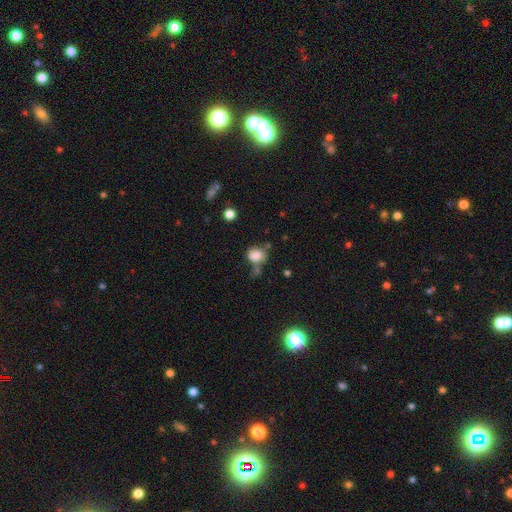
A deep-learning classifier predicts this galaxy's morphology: smooth_or_featured: smooth (p=0.81) [alt: star or artifact p=0.11]
how_rounded: round (p=0.58) [alt: in between p=0.41]
merging: none (p=0.46) [alt: minor disturbance p=0.24]